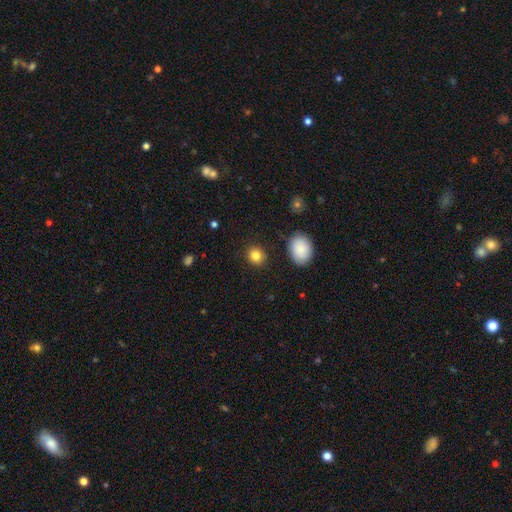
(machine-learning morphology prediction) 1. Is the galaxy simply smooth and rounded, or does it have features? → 84% smooth, 10% star or artifact, 5% featured or disk.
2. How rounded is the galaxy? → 78% round, 21% in between, 1% cigar-shaped.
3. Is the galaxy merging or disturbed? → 89% none, 7% minor disturbance, 2% major disturbance, 2% merger.